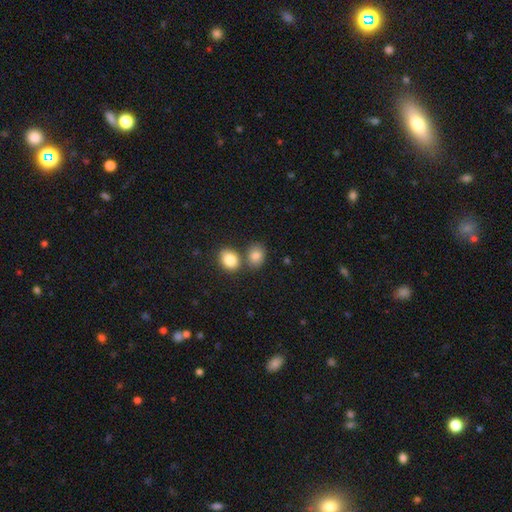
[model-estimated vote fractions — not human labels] smooth_or_featured: smooth (p=0.84) [alt: star or artifact p=0.09]
how_rounded: in between (p=0.56) [alt: round p=0.43]
merging: none (p=0.56) [alt: merger p=0.30]